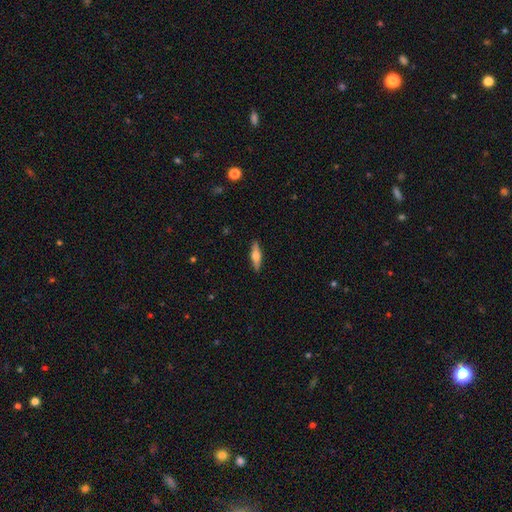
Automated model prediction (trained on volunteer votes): This appears to be a smooth galaxy with no disk features (51%) that is cigar-shaped (64%). Merging: none (89%).